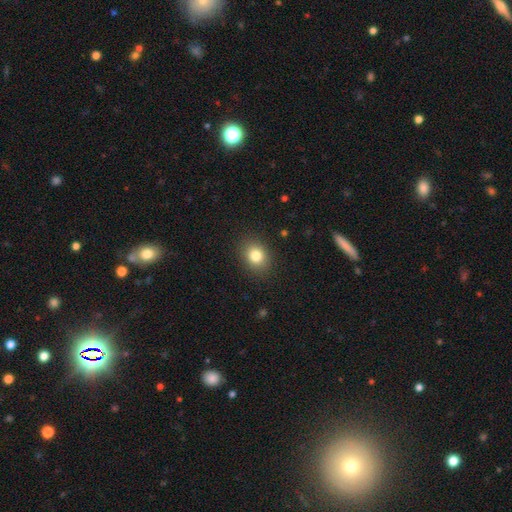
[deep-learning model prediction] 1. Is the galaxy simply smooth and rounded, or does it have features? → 82% smooth, 11% star or artifact, 7% featured or disk.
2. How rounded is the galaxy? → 55% round, 44% in between, 1% cigar-shaped.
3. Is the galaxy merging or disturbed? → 88% none, 8% minor disturbance, 3% major disturbance, 1% merger.